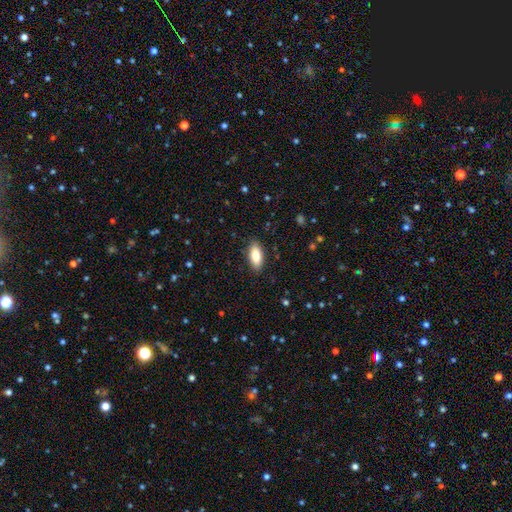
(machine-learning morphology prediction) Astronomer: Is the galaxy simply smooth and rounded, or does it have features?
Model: smooth — 85%.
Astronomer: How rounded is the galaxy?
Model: in between — 85%.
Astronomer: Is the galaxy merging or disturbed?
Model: none — 89%.